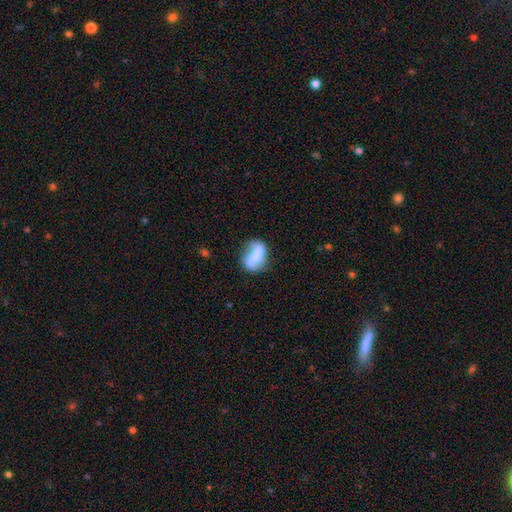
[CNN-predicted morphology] Smooth or featured? smooth (62%)
How rounded? in between (79%)
Merging? none (48%)